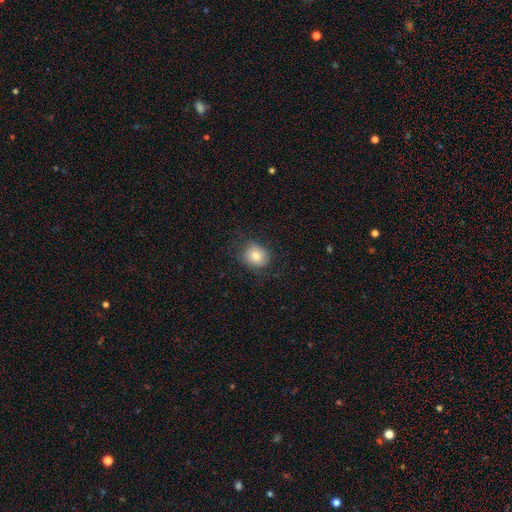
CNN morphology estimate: Smooth or featured? Predicted: smooth (p=0.77). How rounded? Predicted: round (p=0.66). Merging? Predicted: none (p=0.74).